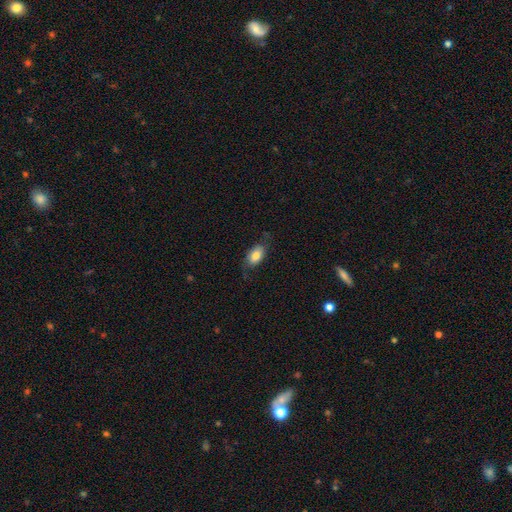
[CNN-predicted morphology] smooth-or-featured: smooth: 74% | featured or disk: 19% | star or artifact: 7%
  how-rounded: in between: 90% | round: 7% | cigar-shaped: 3%
  merging: none: 65% | minor disturbance: 24% | major disturbance: 10% | merger: 1%